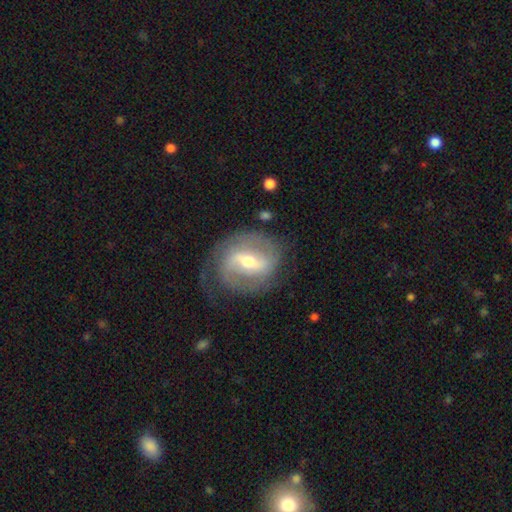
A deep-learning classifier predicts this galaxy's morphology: smooth_or_featured: featured or disk (p=0.81) [alt: smooth p=0.11]
disk_edge_on: no (p=0.95) [alt: yes p=0.05]
bar: strong (p=0.50) [alt: weak p=0.37]
has_spiral_arms: yes (p=0.91) [alt: no p=0.09]
spiral_winding: tight (p=0.47) [alt: medium p=0.38]
spiral_arm_count: 2 (p=0.62) [alt: can't tell p=0.17]
bulge_size: moderate (p=0.57) [alt: small p=0.38]
merging: none (p=0.74) [alt: minor disturbance p=0.17]